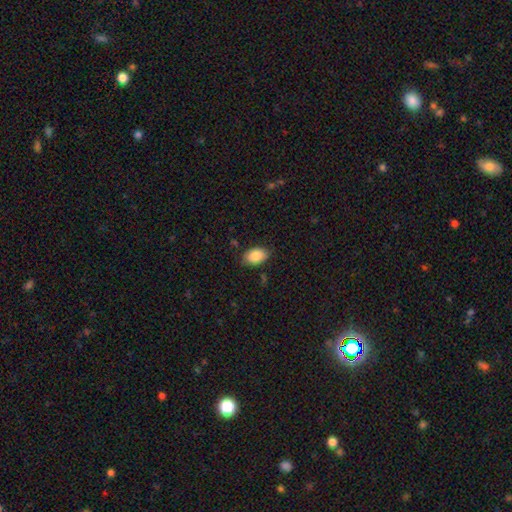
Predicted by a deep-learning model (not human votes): Q: Smooth or featured?
A: smooth (87%); runner-up: star or artifact (7%)
Q: How rounded?
A: in between (88%); runner-up: round (11%)
Q: Merging?
A: none (80%); runner-up: minor disturbance (15%)